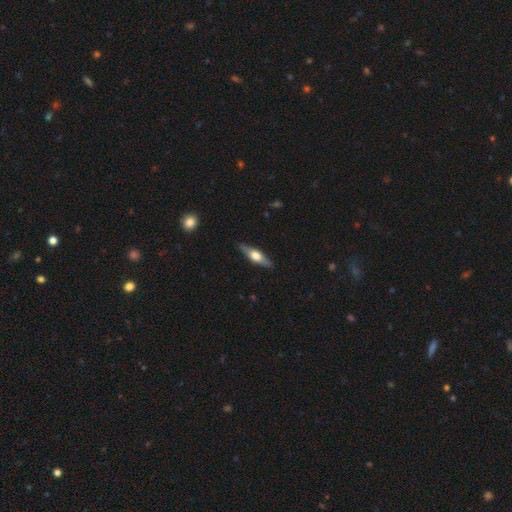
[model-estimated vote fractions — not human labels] This appears to be a featured or disk galaxy (55%) viewed edge-on (92%) with a rounded central bulge (93%). Merging: none (87%).